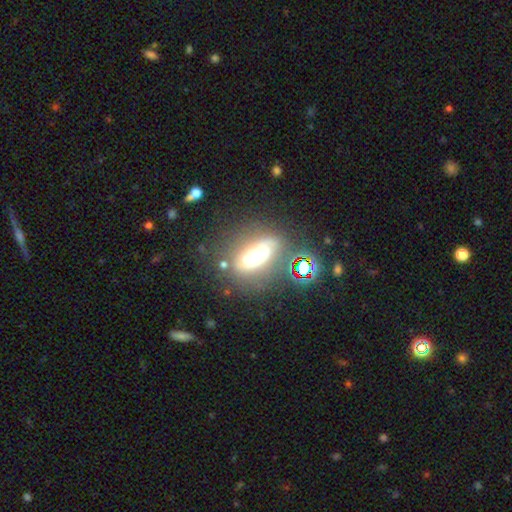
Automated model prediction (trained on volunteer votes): featured or disk 44%, smooth 40%, star or artifact 16%. Down the decision tree: merging — none (64%).